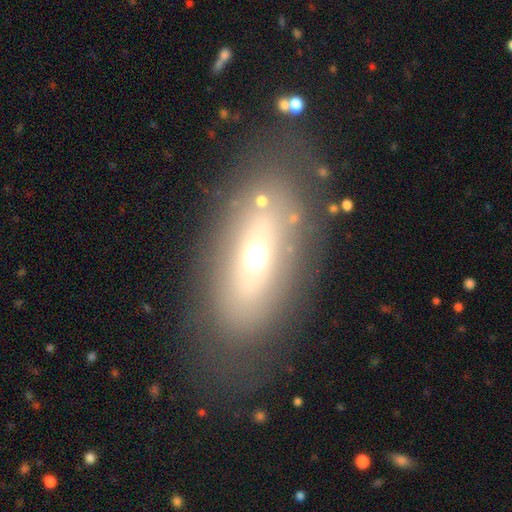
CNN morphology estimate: Smooth or featured? Predicted: smooth (p=0.46). Merging? Predicted: none (p=0.74).